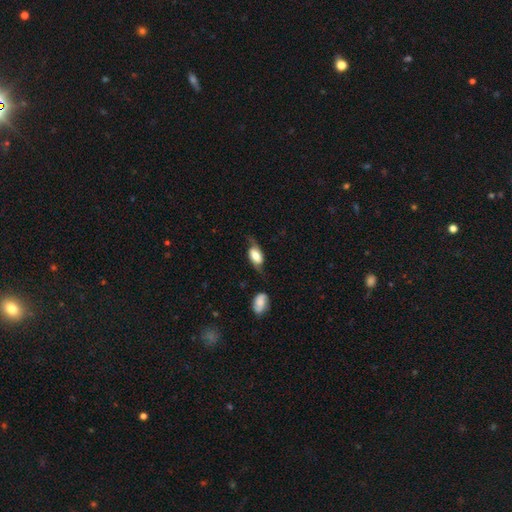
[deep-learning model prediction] Smooth or featured? featured or disk (47%)
Merging? none (52%)